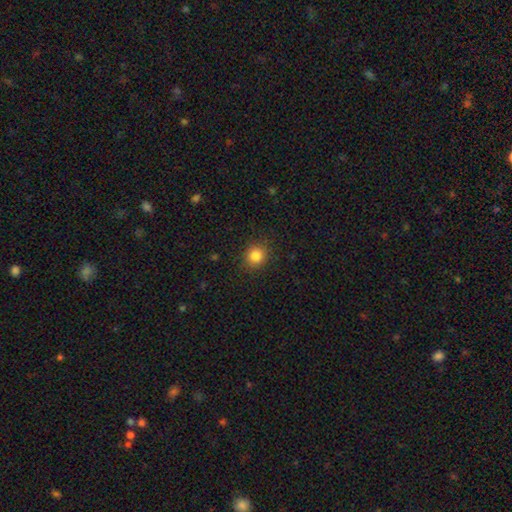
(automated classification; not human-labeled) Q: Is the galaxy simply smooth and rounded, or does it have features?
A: smooth — 84%.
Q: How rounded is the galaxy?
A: round — 84%.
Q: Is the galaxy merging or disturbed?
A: none — 89%.